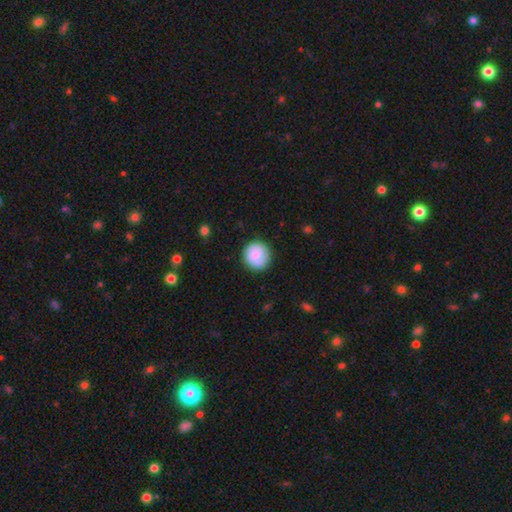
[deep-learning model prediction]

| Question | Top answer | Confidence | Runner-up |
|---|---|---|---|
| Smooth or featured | smooth | 71% | featured or disk (22%) |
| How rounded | round | 92% | in between (7%) |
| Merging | none | 83% | minor disturbance (12%) |